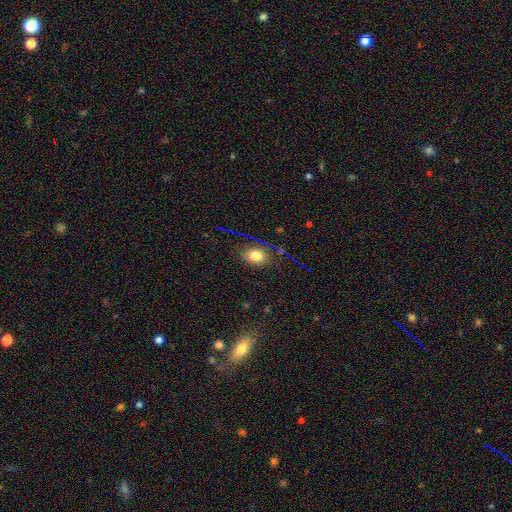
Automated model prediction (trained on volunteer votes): smooth 77%, star or artifact 13%, featured or disk 10%. Down the decision tree: how rounded — in between (68%); merging — none (79%).